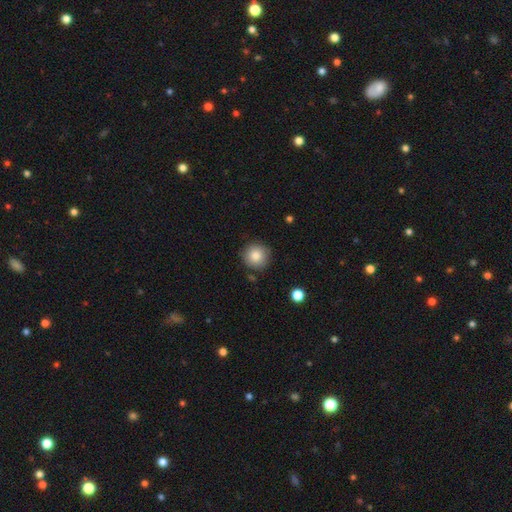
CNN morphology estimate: The model was most divided on "smooth or featured": smooth: 85%, star or artifact: 9%, featured or disk: 6%. More confident: how rounded — round (95%); merging — none (86%).